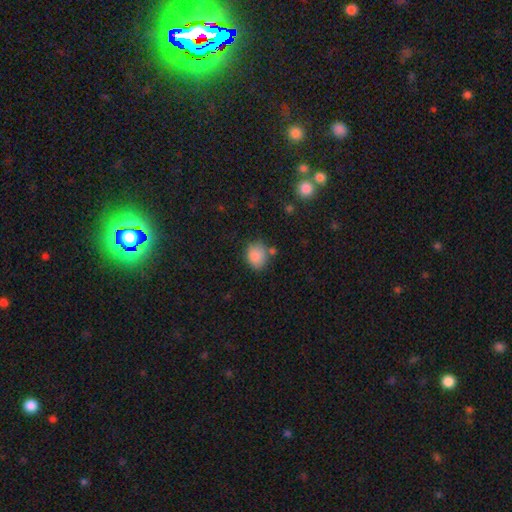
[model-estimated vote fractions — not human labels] Overall: smooth (85%). How rounded: round (55%; in between 44%). Merging: none (66%).